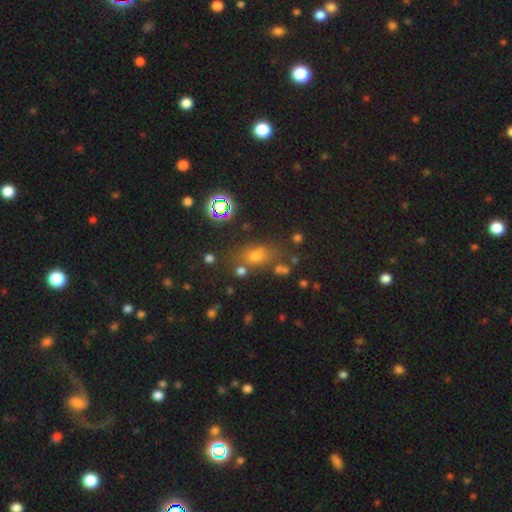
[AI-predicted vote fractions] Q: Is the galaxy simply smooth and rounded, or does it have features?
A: smooth — 59%.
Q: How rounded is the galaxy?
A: in between — 62%.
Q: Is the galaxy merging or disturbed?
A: none — 70%.